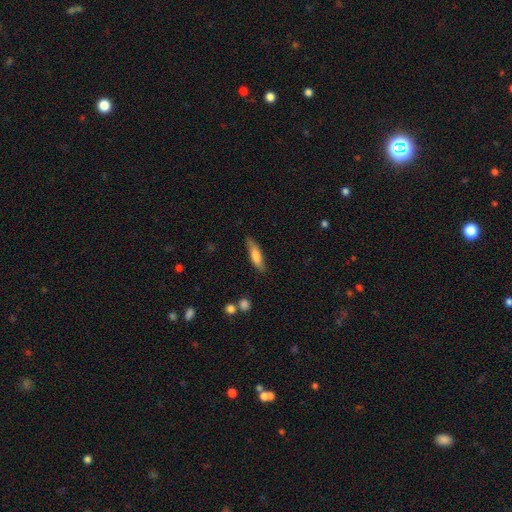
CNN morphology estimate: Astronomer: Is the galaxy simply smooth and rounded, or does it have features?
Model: smooth — 72%.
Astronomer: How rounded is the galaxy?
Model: cigar-shaped — 68%.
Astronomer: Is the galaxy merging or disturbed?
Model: none — 78%.